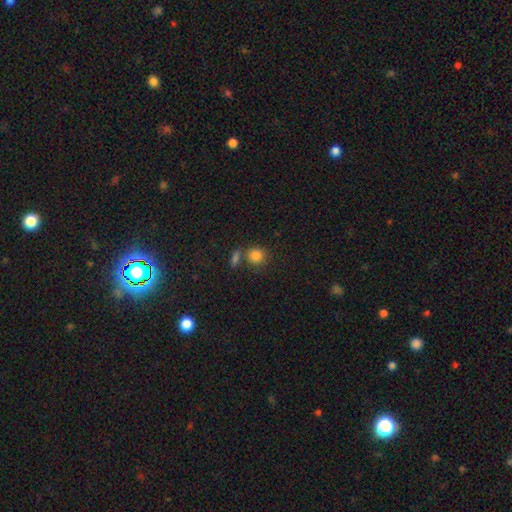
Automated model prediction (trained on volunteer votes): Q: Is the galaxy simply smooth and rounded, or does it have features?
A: smooth — 83%.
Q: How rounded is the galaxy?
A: round — 83%.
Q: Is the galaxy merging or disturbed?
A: none — 62%.